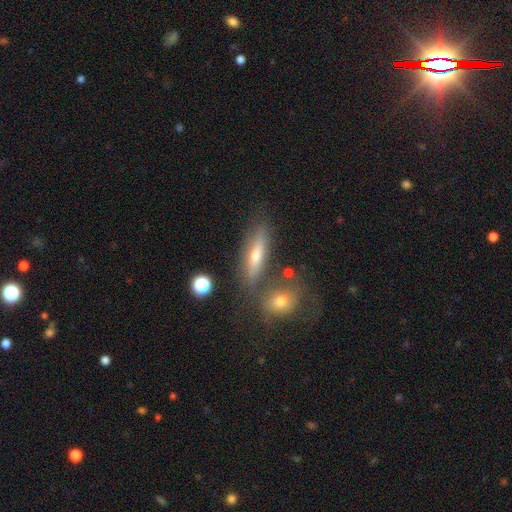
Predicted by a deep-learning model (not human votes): Smooth or featured?
  - featured or disk: 45% *
  - smooth: 44%
  - star or artifact: 11%
Merging?
  - none: 65% *
  - merger: 15%
  - minor disturbance: 14%
  - major disturbance: 6%